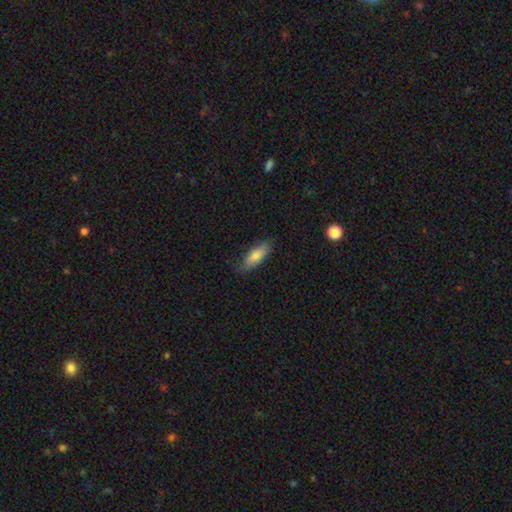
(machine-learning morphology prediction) Smooth or featured? smooth (74%)
How rounded? in between (62%)
Merging? none (75%)